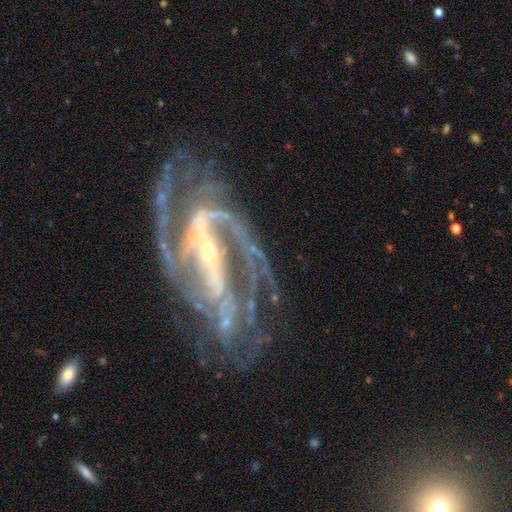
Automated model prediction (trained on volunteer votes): A featured or disk galaxy (92%) with a strong bar (71%), 2 (51%) medium (49%) spiral arms (98%) and a small central bulge (58%). Merging: none (53%).